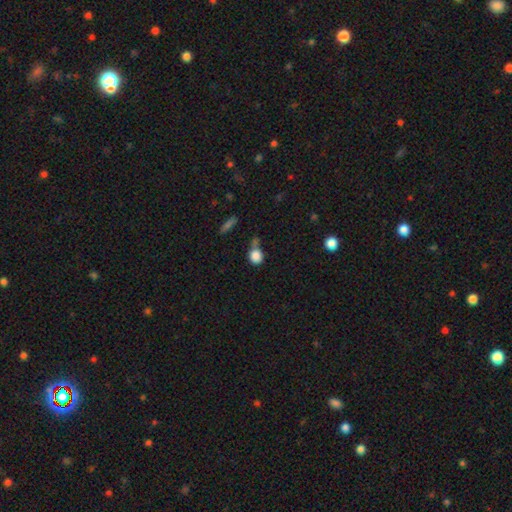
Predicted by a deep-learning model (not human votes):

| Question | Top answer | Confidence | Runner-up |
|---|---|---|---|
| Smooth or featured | smooth | 85% | star or artifact (10%) |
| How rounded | round | 77% | in between (22%) |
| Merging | none | 49% | merger (25%) |